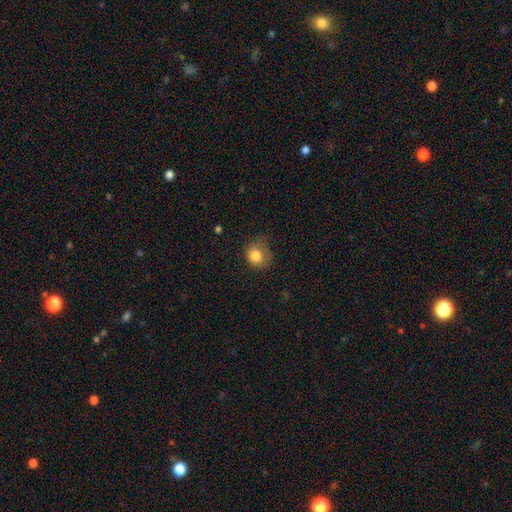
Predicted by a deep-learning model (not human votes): Overall: smooth (81%). How rounded: round (71%). Merging: none (43%; minor disturbance 34%).